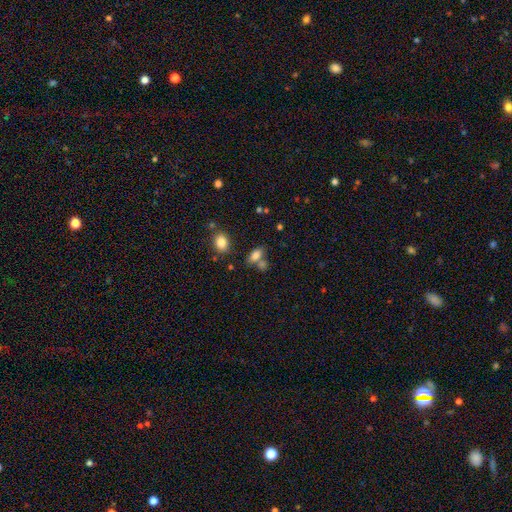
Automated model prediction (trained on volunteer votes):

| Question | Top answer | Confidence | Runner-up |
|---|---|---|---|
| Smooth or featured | smooth | 79% | star or artifact (11%) |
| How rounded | in between | 84% | round (10%) |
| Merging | none | 51% | merger (31%) |